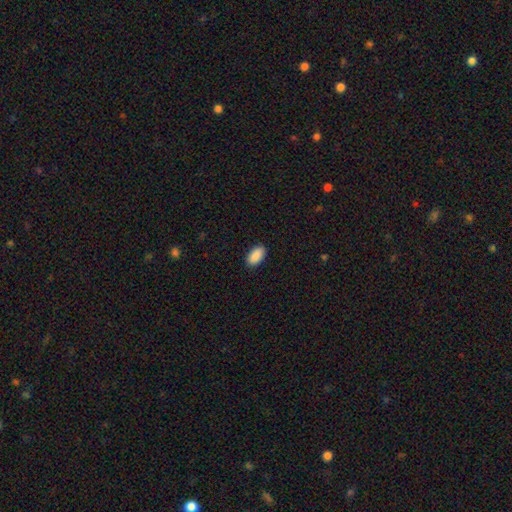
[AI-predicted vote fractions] smooth 91%, star or artifact 7%, featured or disk 3%. Down the decision tree: how rounded — in between (95%); merging — none (89%).